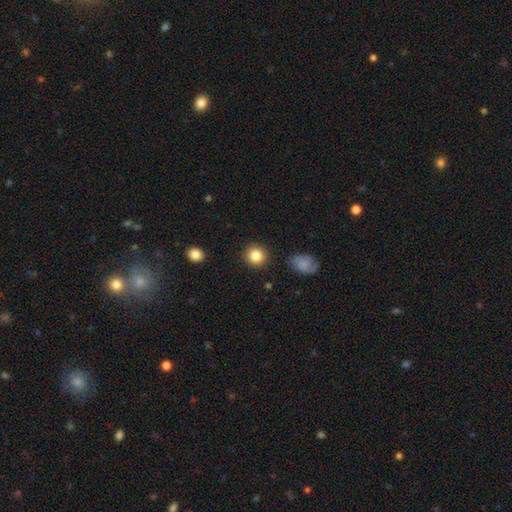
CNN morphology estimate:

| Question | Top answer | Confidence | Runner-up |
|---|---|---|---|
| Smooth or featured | smooth | 85% | star or artifact (10%) |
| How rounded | round | 91% | in between (8%) |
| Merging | none | 89% | minor disturbance (6%) |